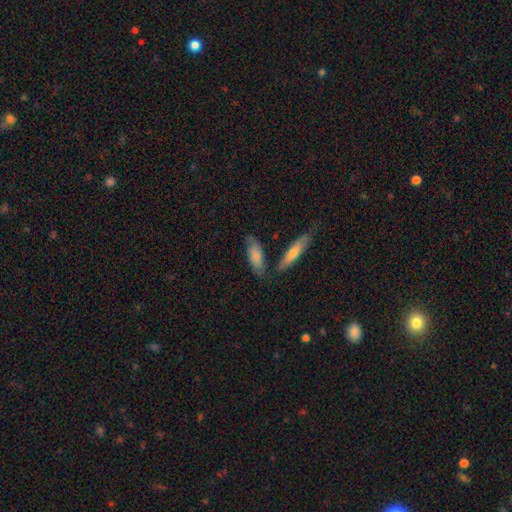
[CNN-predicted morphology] Smooth or featured? smooth (76%)
How rounded? in between (64%)
Merging? none (64%)